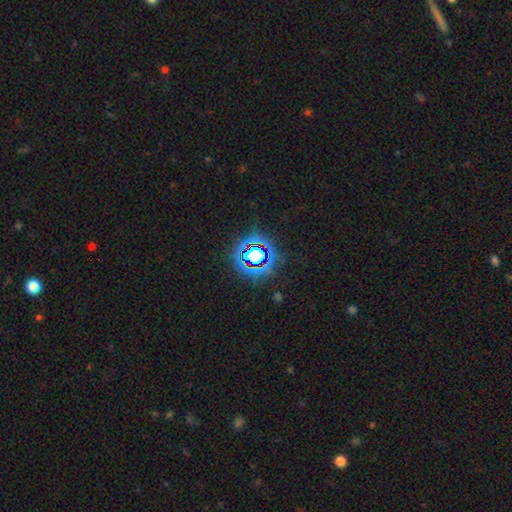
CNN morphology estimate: The model was most divided on "smooth or featured": star or artifact: 73%, smooth: 16%, featured or disk: 11%.